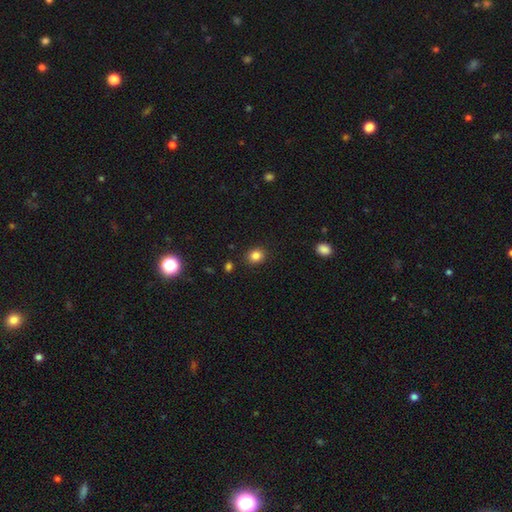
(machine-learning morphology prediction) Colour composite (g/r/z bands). It shows a smooth galaxy with no disk features (84%) that is round (71%). Merging: none (89%).